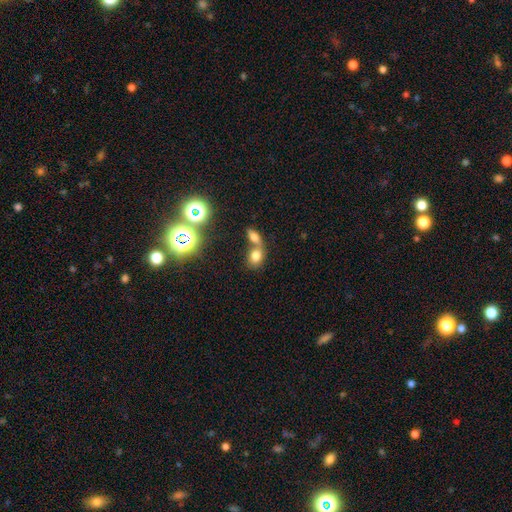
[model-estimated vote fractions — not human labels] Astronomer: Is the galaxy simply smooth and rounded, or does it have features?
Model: smooth — 74%.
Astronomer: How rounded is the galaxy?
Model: in between — 59% (runner-up: round, 39%).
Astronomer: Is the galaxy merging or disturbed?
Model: merger — 54% (runner-up: none, 34%).